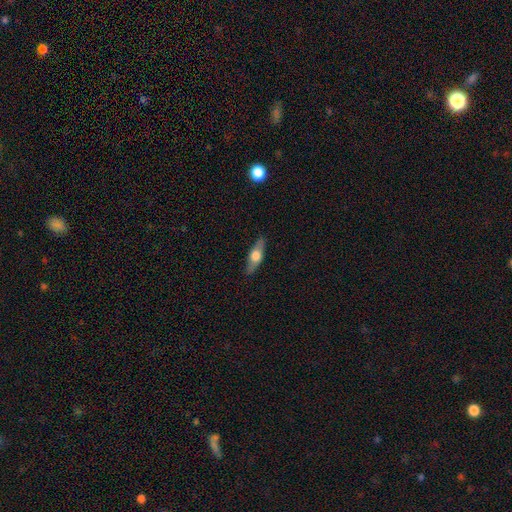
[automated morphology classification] Smooth or featured?
  - smooth: 47% * (tied)
  - featured or disk: 47% * (tied)
  - star or artifact: 6%
Merging?
  - none: 87% *
  - minor disturbance: 10%
  - major disturbance: 2%
  - merger: 1%